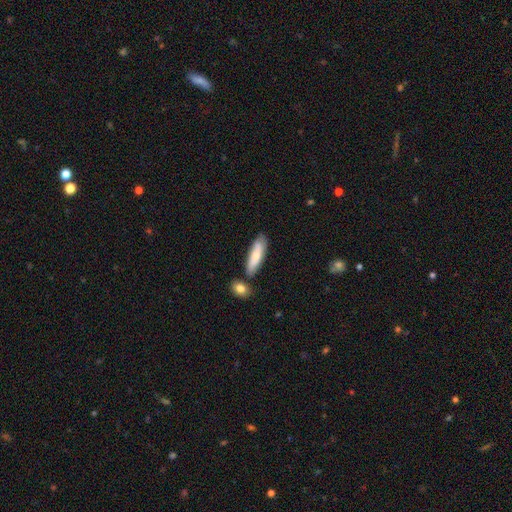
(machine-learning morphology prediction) This appears to be a smooth galaxy with no disk features (71%) that is cigar-shaped (57%). Merging: none (71%).